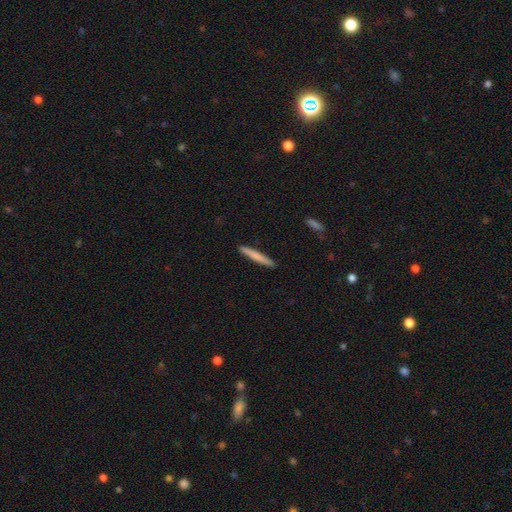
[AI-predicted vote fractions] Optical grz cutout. It shows a smooth galaxy with no disk features (72%) that is cigar-shaped (96%). Merging: none (91%).